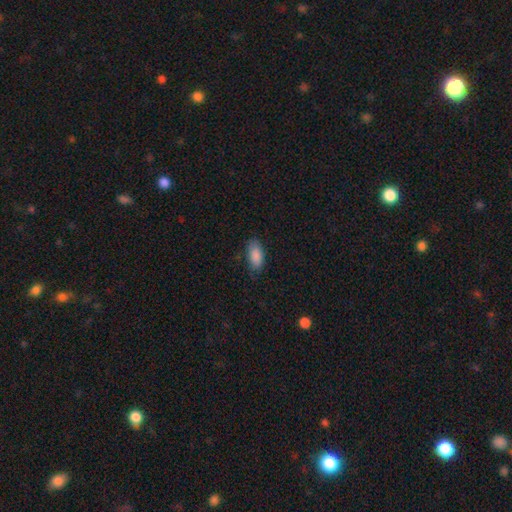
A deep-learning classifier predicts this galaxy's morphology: smooth-or-featured: smooth: 88% | star or artifact: 7% | featured or disk: 6%
  how-rounded: in between: 91% | cigar-shaped: 7% | round: 2%
  merging: none: 75% | minor disturbance: 19% | major disturbance: 4% | merger: 1%